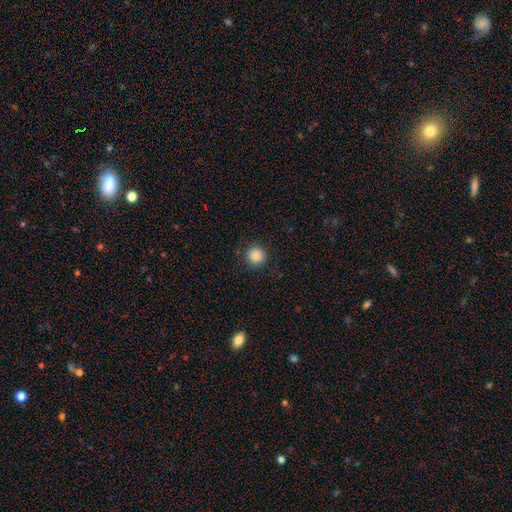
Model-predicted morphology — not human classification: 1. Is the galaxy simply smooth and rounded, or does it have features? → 87% smooth, 10% star or artifact, 3% featured or disk.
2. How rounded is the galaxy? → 95% round, 4% in between, 1% cigar-shaped.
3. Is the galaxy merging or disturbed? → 90% none, 6% minor disturbance, 2% major disturbance, 1% merger.